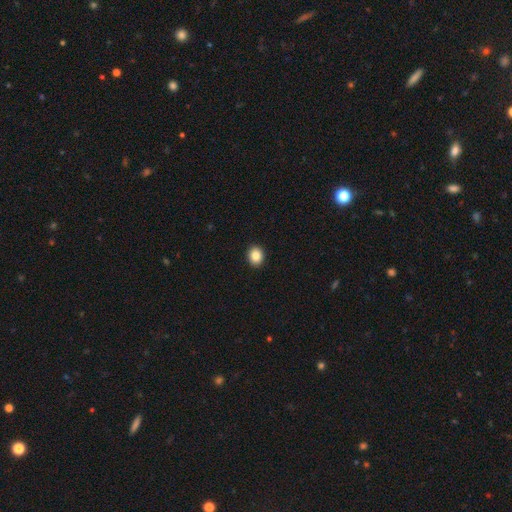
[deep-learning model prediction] A smooth galaxy with no disk features (86%) that is round (59%). Merging: none (92%).